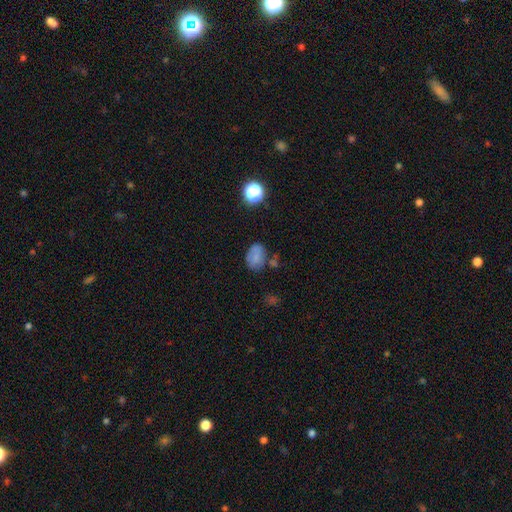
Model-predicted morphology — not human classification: smooth 72%, featured or disk 15%, star or artifact 13%. Down the decision tree: how rounded — in between (70%); merging — none (59%).